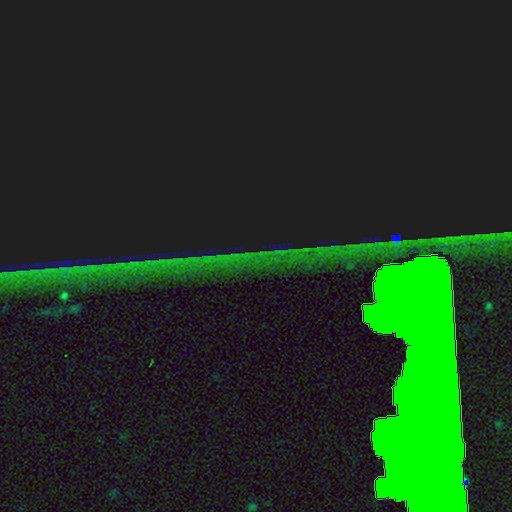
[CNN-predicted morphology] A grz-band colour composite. It shows a star or artifact, not a galaxy (84%).